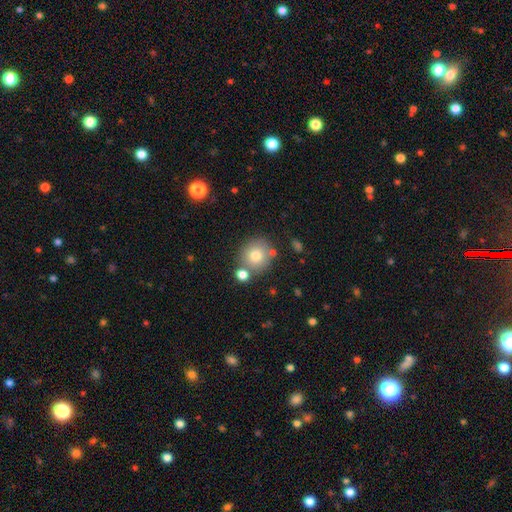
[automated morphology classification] smooth-or-featured: smooth: 76% | featured or disk: 13% | star or artifact: 11%
  how-rounded: round: 89% | in between: 10% | cigar-shaped: 1%
  merging: none: 72% | merger: 15% | minor disturbance: 10% | major disturbance: 3%